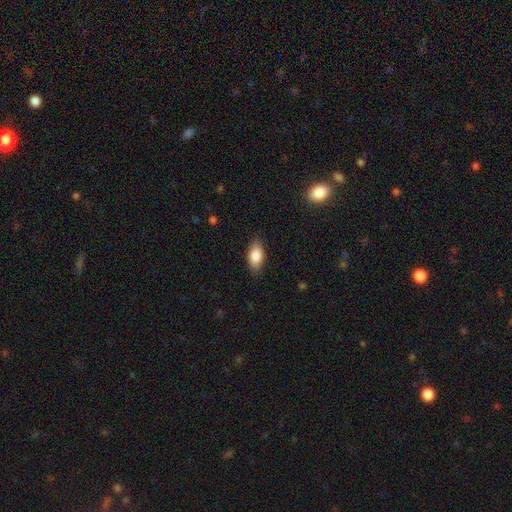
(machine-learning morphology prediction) This is clearly a smooth galaxy (83%). How rounded: clearly in between (90%). Merging: clearly none (86%).